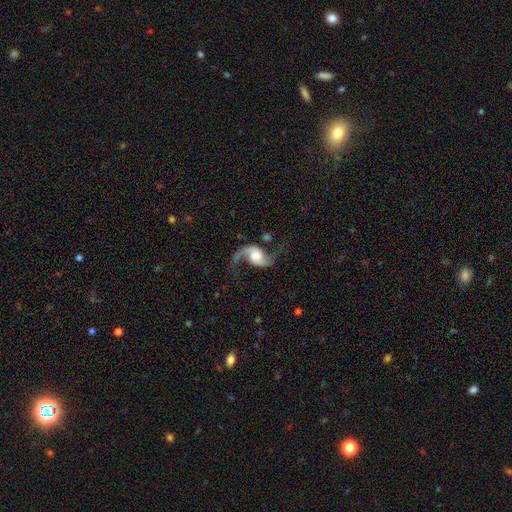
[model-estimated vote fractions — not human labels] Q: Smooth or featured?
A: featured or disk (91%); runner-up: star or artifact (5%)
Q: Edge-on disk?
A: no (97%); runner-up: yes (3%)
Q: Bar?
A: no (55%); runner-up: weak (33%)
Q: Spiral arms?
A: yes (98%); runner-up: no (2%)
Q: Spiral winding?
A: loose (78%); runner-up: medium (19%)
Q: Spiral arm count?
A: 2 (92%); runner-up: 1 (4%)
Q: Bulge size?
A: large (37%); runner-up: moderate (32%)
Q: Merging?
A: none (72%); runner-up: minor disturbance (14%)